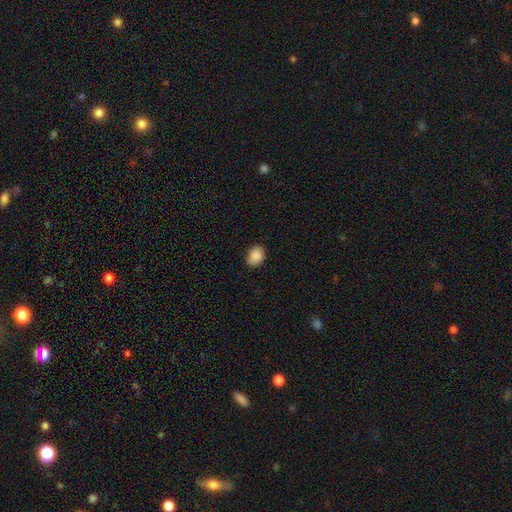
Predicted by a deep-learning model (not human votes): smooth-or-featured: smooth: 89% | star or artifact: 8% | featured or disk: 3%
  how-rounded: in between: 62% | round: 37% | cigar-shaped: 1%
  merging: none: 86% | minor disturbance: 11% | major disturbance: 2% | merger: 1%